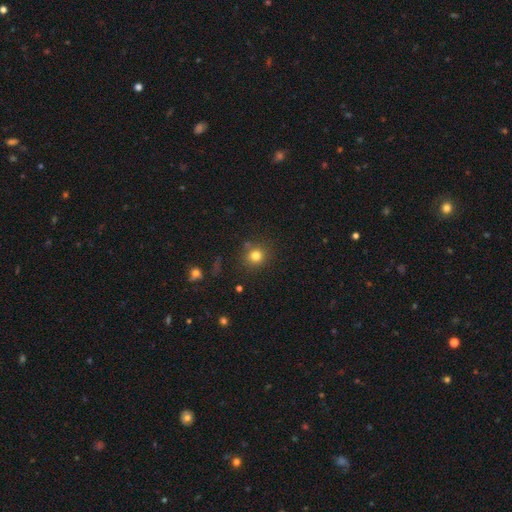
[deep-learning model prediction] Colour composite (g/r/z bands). It shows a smooth galaxy with no disk features (79%) that is round (87%). Merging: none (82%).